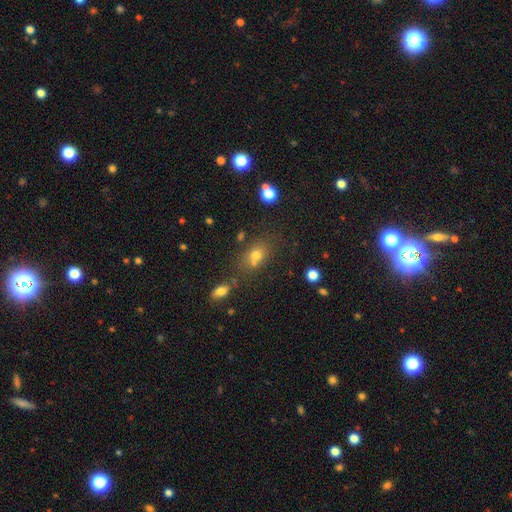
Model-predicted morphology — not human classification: A smooth galaxy with no disk features (68%) that is in between round and cigar-shaped (62%). Merging: none (54%).